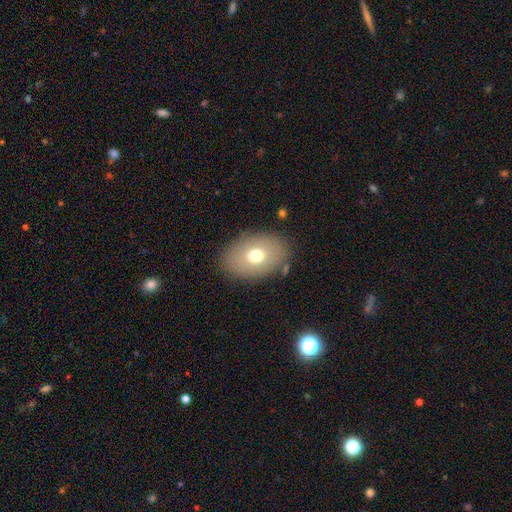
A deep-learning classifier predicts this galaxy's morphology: A smooth galaxy with no disk features (71%) that is in between round and cigar-shaped (82%).

Vote fractions:
- Smooth or featured? smooth: 71% / featured or disk: 20% / star or artifact: 9%
- How rounded? in between: 82% / round: 17% / cigar-shaped: 1%
- Merging? none: 84% / minor disturbance: 11% / major disturbance: 4% / merger: 2%